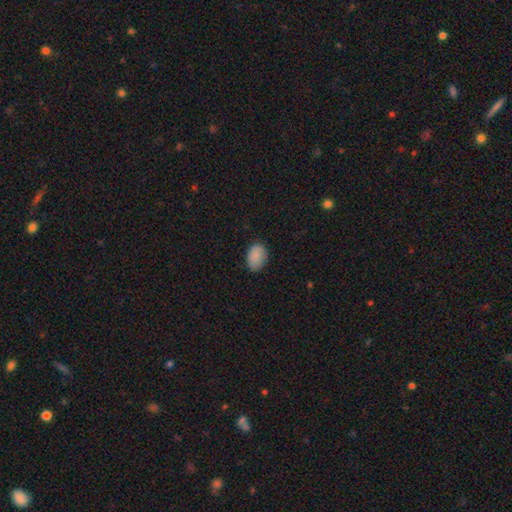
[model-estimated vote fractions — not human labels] Morphology: type=smooth (88%); roundness=in between (86%); merging=none (79%).